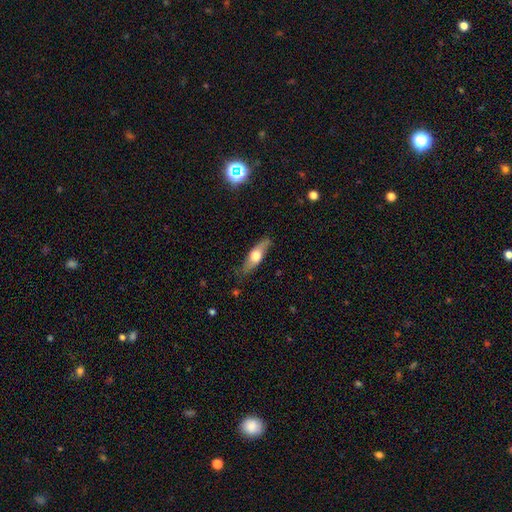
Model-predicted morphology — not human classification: Q: Smooth or featured?
A: smooth (50%); runner-up: featured or disk (45%)
Q: Merging?
A: none (79%); runner-up: minor disturbance (17%)